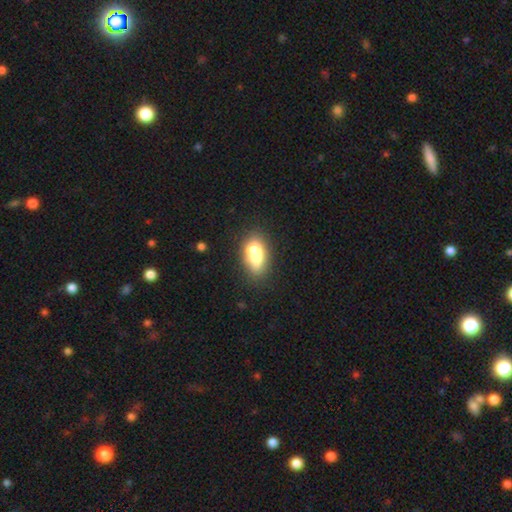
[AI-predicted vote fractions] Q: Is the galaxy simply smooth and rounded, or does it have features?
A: smooth — 65%.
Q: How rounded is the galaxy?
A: in between — 79%.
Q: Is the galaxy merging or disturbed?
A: none — 41%.